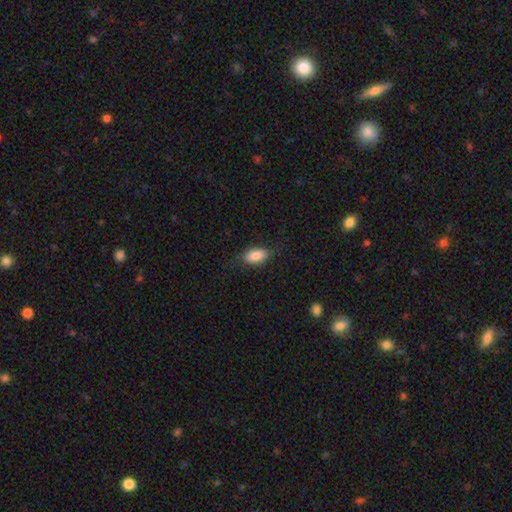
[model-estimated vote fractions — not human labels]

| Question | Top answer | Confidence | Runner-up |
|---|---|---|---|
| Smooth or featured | smooth | 85% | featured or disk (8%) |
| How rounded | in between | 89% | cigar-shaped (7%) |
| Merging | none | 81% | minor disturbance (15%) |